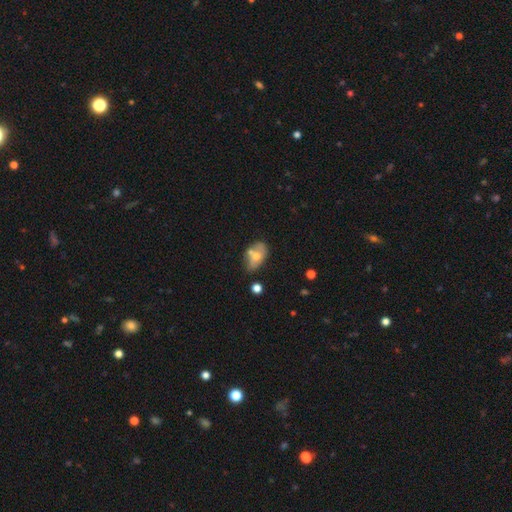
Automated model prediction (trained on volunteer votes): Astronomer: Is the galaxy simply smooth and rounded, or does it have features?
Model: smooth — 57% (runner-up: featured or disk, 34%).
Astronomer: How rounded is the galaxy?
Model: in between — 84%.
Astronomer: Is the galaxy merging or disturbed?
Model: none — 39% (runner-up: merger, 29%).